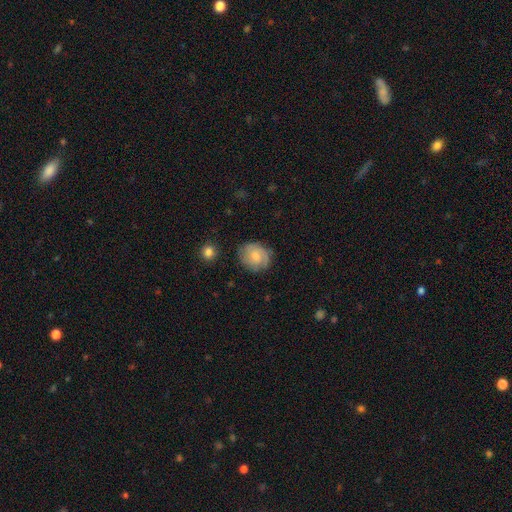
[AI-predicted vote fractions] Smooth or featured: smooth — 52% (featured or disk — 40%)
How rounded: round — 66% (in between — 33%)
Merging: none — 75% (minor disturbance — 19%)